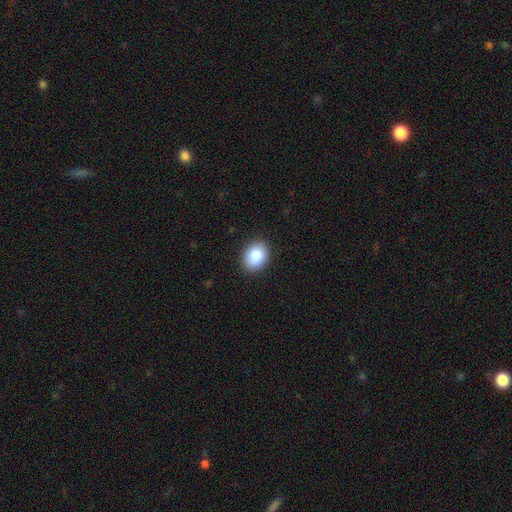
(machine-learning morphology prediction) Smooth or featured?
  - smooth: 88% *
  - star or artifact: 7%
  - featured or disk: 4%
How rounded?
  - in between: 67% *
  - round: 32%
  - cigar-shaped: 1%
Merging?
  - none: 89% *
  - minor disturbance: 8%
  - major disturbance: 2%
  - merger: 1%